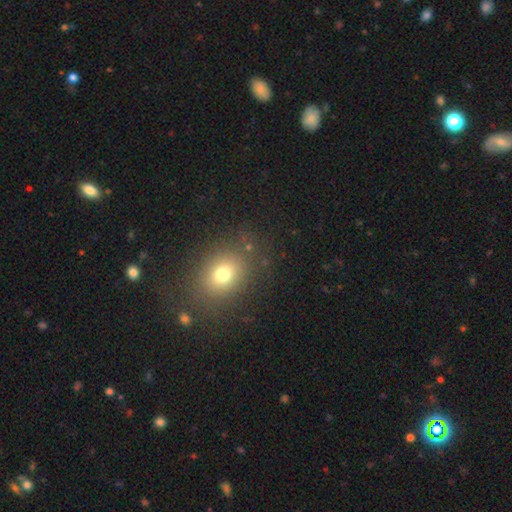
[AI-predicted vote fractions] A smooth galaxy with no disk features (65%) that is in between round and cigar-shaped (49%, tied with round).

Vote fractions:
- Smooth or featured? smooth: 65% / star or artifact: 25% / featured or disk: 10%
- How rounded? in between: 49% (tied) / round: 49% (tied) / cigar-shaped: 1%
- Merging? none: 85% / minor disturbance: 9% / major disturbance: 3% / merger: 2%